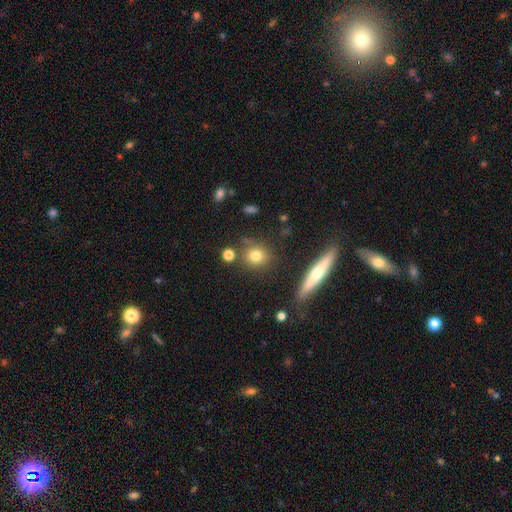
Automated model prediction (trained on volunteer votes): Overall: smooth (76%). How rounded: round (80%). Merging: none (77%).